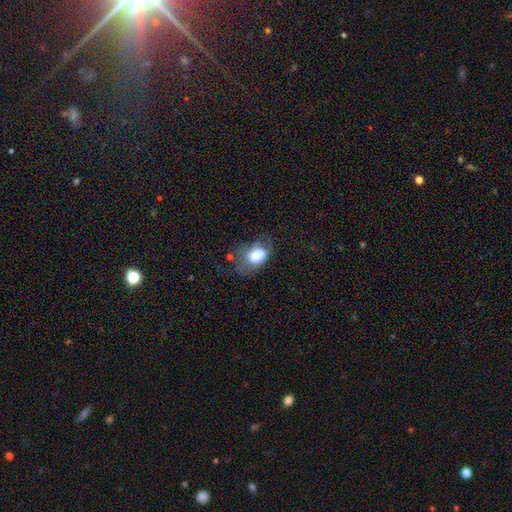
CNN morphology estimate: smooth-or-featured: smooth: 69% | featured or disk: 21% | star or artifact: 10%
  how-rounded: in between: 67% | round: 32% | cigar-shaped: 1%
  merging: major disturbance: 29% (tied) | minor disturbance: 29% (tied) | none: 28% | merger: 13%